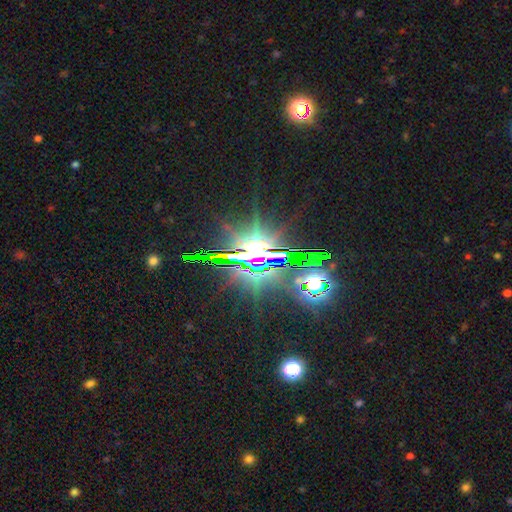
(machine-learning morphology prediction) This is likely a star or artifact rather than a galaxy (80%).